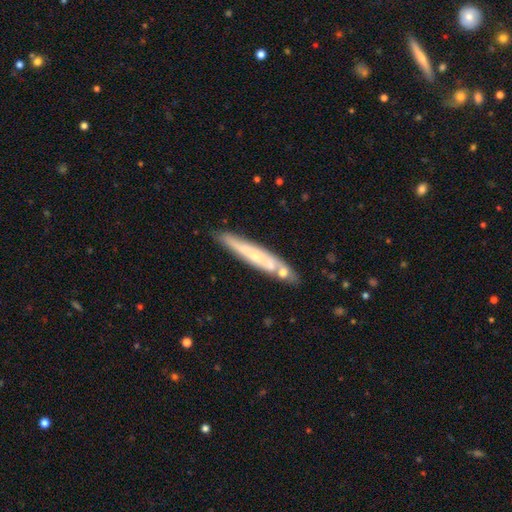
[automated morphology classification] smooth-or-featured: featured or disk: 51% | smooth: 43% | star or artifact: 7%
  disk-edge-on: yes: 77% | no: 23%
  merging: none: 74% | minor disturbance: 14% | merger: 9% | major disturbance: 3%